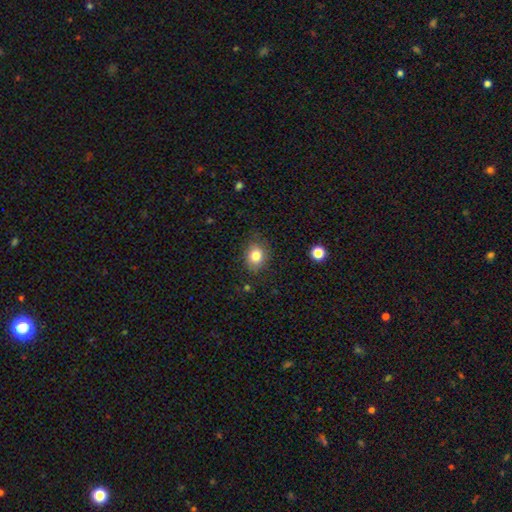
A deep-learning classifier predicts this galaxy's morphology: smooth 82%, star or artifact 10%, featured or disk 8%. Down the decision tree: how rounded — round (51%); merging — none (80%).